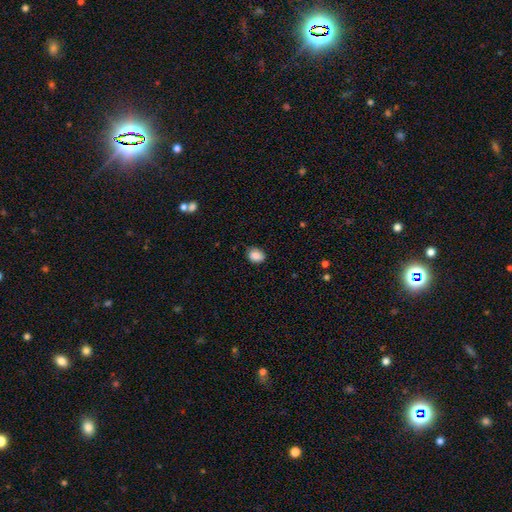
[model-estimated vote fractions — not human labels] Morphology: type=smooth (87%); roundness=in between (55%); merging=none (78%).